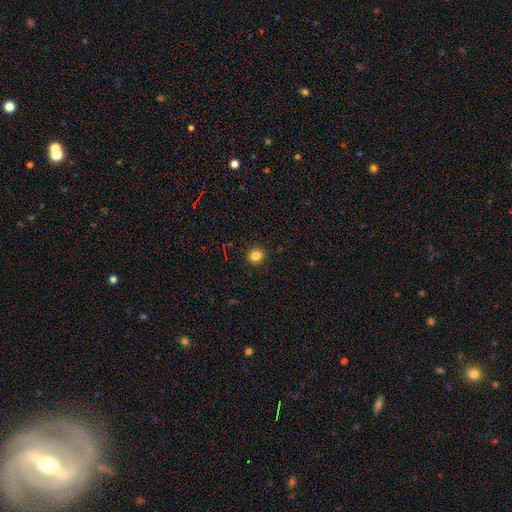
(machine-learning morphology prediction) The model was most divided on "smooth or featured": smooth: 83%, star or artifact: 12%, featured or disk: 4%. More confident: merging — none (92%); how rounded — round (91%).